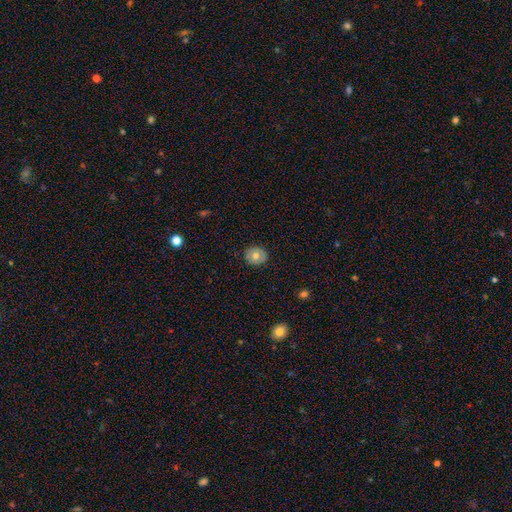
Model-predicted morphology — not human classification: The model was most divided on "smooth or featured": smooth: 69%, featured or disk: 23%, star or artifact: 8%. More confident: merging — none (87%); how rounded — round (76%).